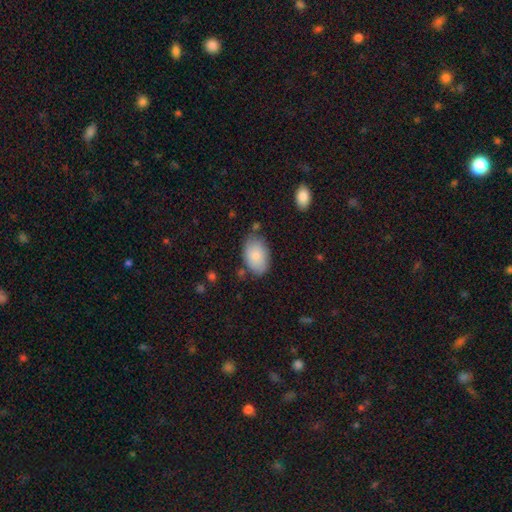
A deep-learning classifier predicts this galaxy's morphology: smooth_or_featured: smooth (p=0.80) [alt: featured or disk p=0.14]
how_rounded: in between (p=0.91) [alt: round p=0.08]
merging: none (p=0.73) [alt: minor disturbance p=0.19]